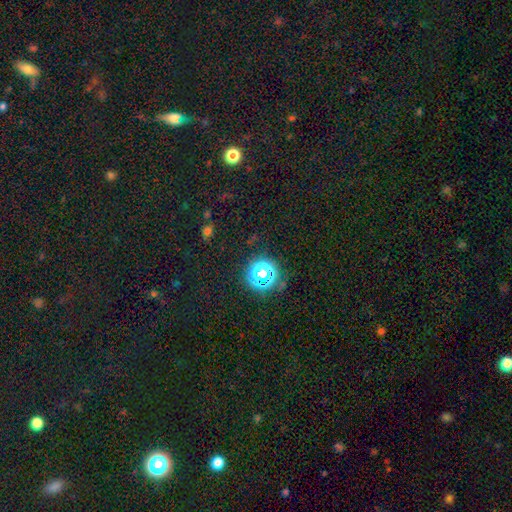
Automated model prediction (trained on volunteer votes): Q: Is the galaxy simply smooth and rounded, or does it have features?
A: star or artifact — 62%.